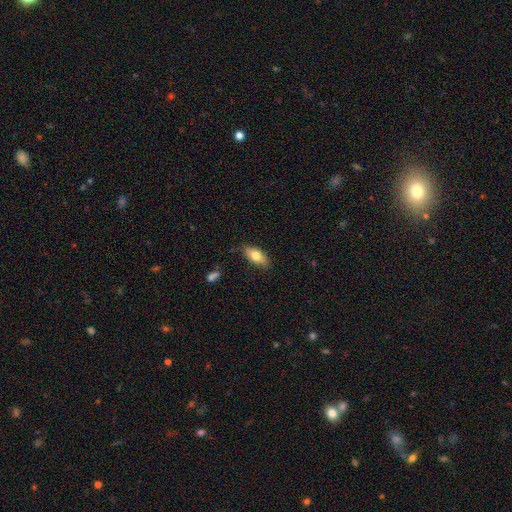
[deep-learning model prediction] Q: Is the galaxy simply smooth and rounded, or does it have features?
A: smooth — 74%.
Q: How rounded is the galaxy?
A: in between — 84%.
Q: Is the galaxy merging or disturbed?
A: none — 83%.